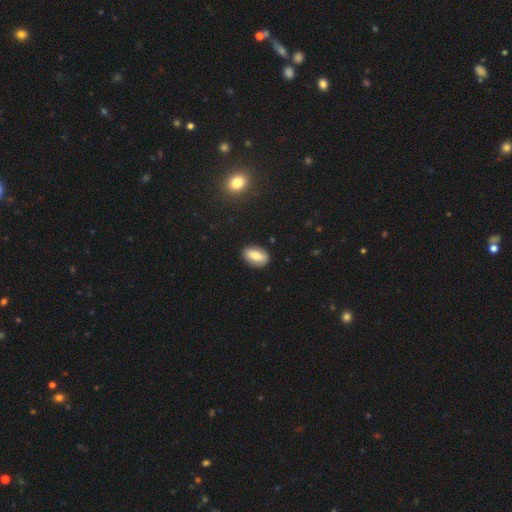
smooth_or_featured: smooth (p=0.87) [alt: featured or disk p=0.13]
how_rounded: in between (p=0.94) [alt: round p=0.06]
merging: none (p=0.95) [alt: minor disturbance p=0.05]